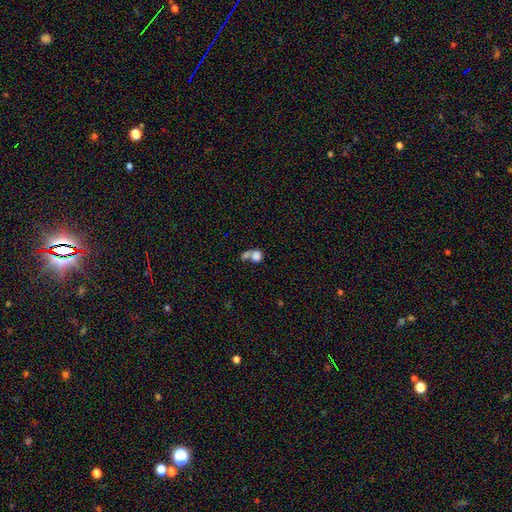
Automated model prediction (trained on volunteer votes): Smooth or featured: smooth — 77% (featured or disk — 12%)
How rounded: round — 63% (in between — 36%)
Merging: merger — 59% (none — 25%)